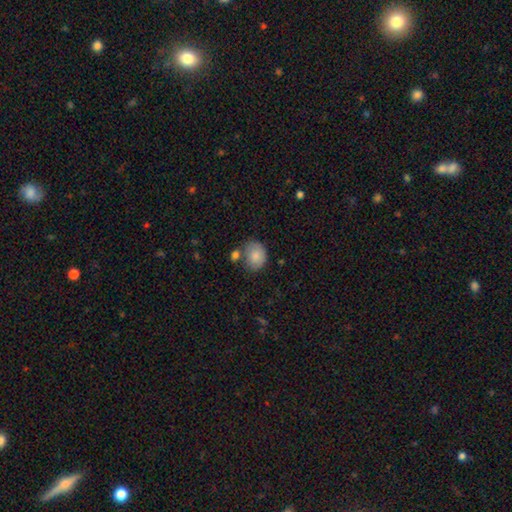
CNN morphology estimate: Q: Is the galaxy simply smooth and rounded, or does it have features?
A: smooth — 82%.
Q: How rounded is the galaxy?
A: in between — 52%.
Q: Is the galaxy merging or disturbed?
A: none — 56%.